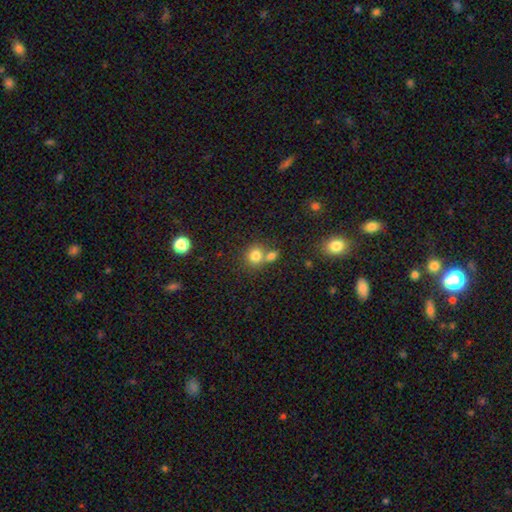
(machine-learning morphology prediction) Smooth or featured? Predicted: smooth (p=0.80). How rounded? Predicted: round (p=0.80). Merging? Predicted: none (p=0.46).